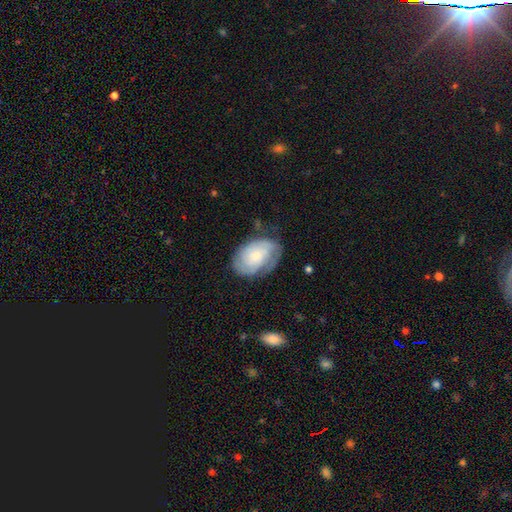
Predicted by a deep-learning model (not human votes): The model was most divided on "spiral arm count": can't tell: 38%, 2: 33%, 3: 16%, 1: 5%, 4: 5%, more than 4: 3%. More confident: edge-on disk — no (97%); spiral arms — yes (88%); bar — no (73%); merging — none (65%); smooth or featured — featured or disk (64%); spiral winding — tight (57%); bulge size — small (55%).